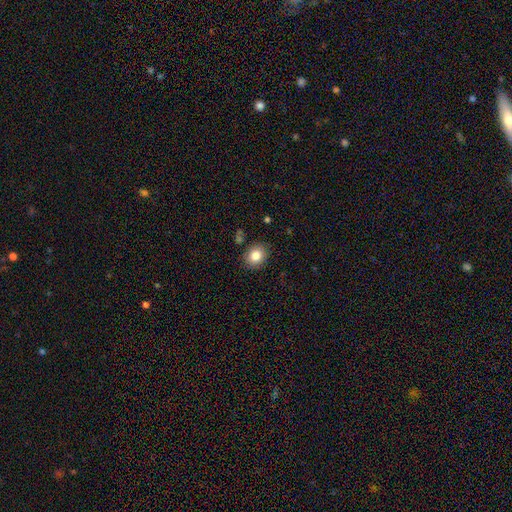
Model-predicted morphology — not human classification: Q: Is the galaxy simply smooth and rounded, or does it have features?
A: smooth — 83%.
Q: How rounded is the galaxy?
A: round — 53%.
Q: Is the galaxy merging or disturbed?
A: none — 86%.